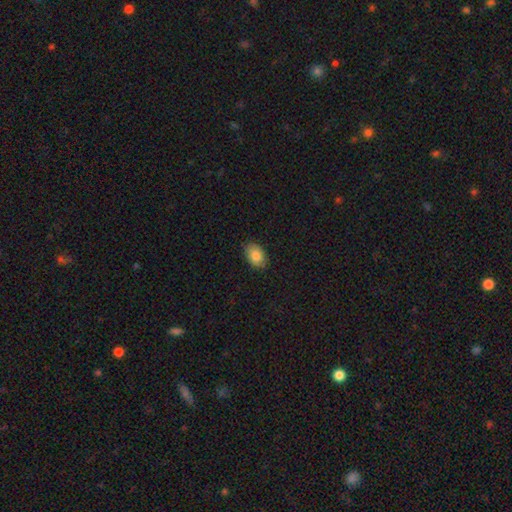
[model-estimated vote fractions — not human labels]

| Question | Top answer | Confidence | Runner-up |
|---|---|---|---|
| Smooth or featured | smooth | 83% | featured or disk (10%) |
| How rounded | in between | 84% | round (15%) |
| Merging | none | 85% | minor disturbance (12%) |